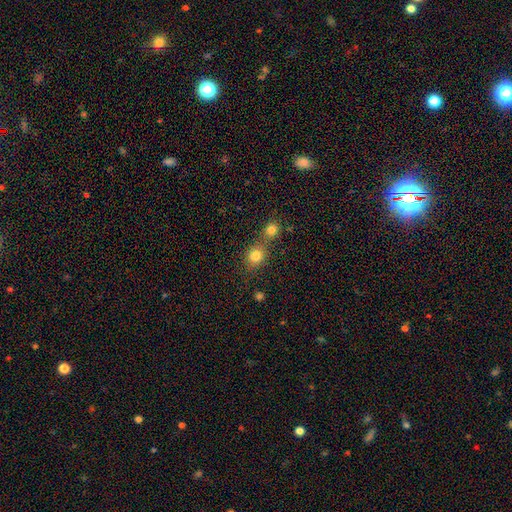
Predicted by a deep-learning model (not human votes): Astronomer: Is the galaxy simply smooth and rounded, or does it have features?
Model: smooth — 81%.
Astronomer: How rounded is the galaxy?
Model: round — 80%.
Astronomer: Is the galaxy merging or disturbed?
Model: none — 51% (runner-up: merger, 38%).